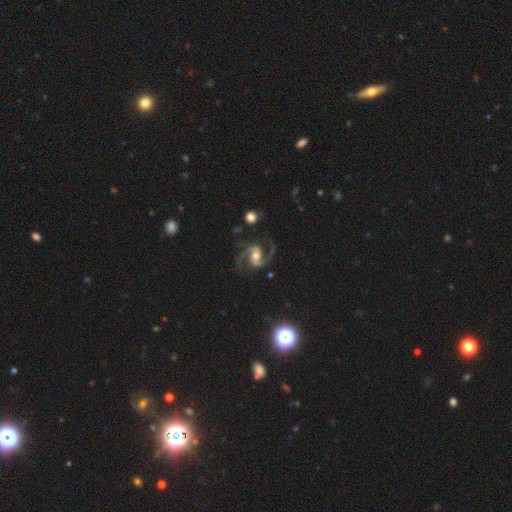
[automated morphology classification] type=featured or disk (92%); edge-on=no (98%); bar=weak (39%); spiral arms=yes (99%); winding=medium (64%); arm count=2 (92%); bulge=moderate (70%); merging=none (79%).